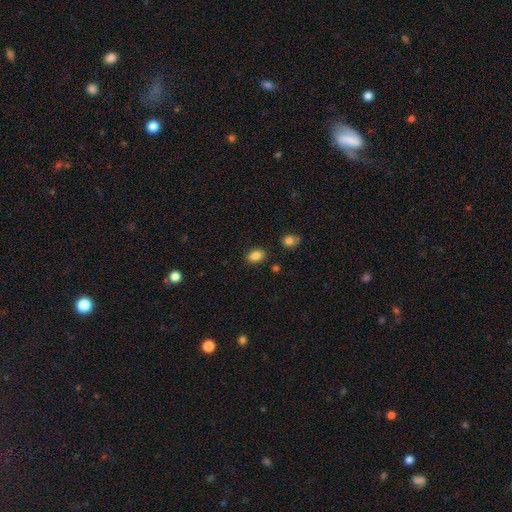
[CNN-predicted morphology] type=smooth (86%); roundness=in between (80%); merging=none (85%).